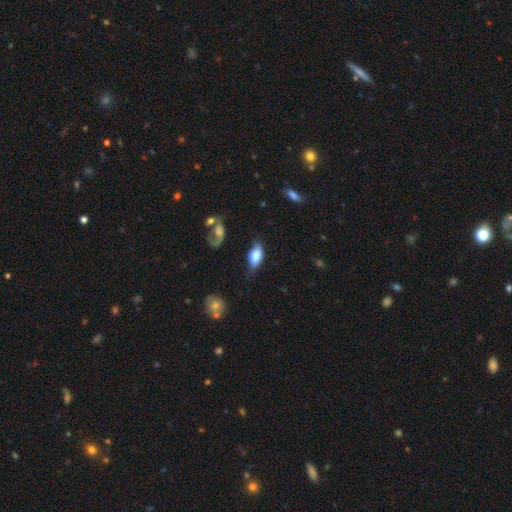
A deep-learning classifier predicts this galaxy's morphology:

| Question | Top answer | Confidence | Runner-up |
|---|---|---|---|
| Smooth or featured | smooth | 71% | featured or disk (22%) |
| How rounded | in between | 88% | cigar-shaped (7%) |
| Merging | none | 52% | minor disturbance (31%) |